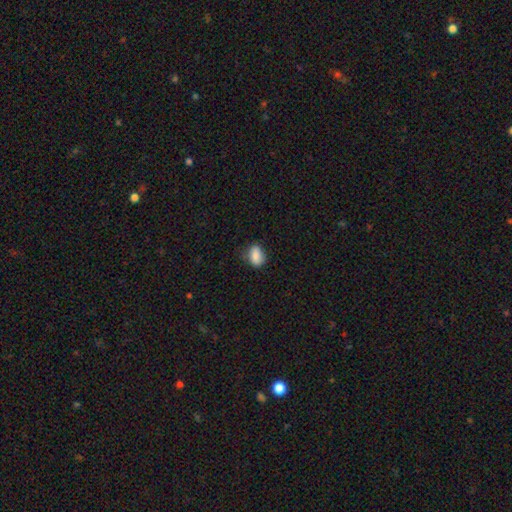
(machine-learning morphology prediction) The model was most divided on "merging": none: 70%, minor disturbance: 24%, major disturbance: 5%, merger: 1%. More confident: smooth or featured — smooth (84%); how rounded — in between (75%).